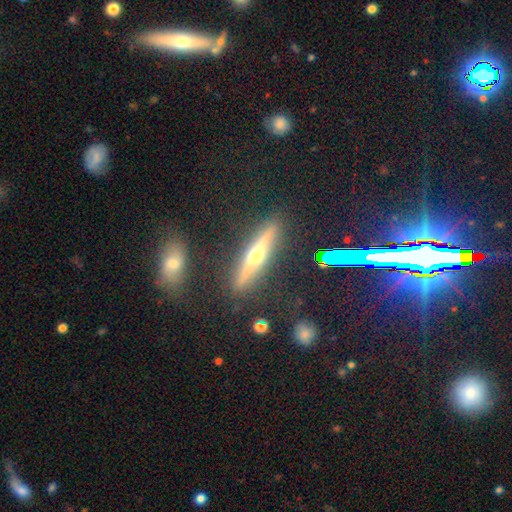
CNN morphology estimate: This appears to be a featured or disk galaxy (71%) viewed edge-on (96%) with a rounded central bulge (94%). Merging: none (89%).